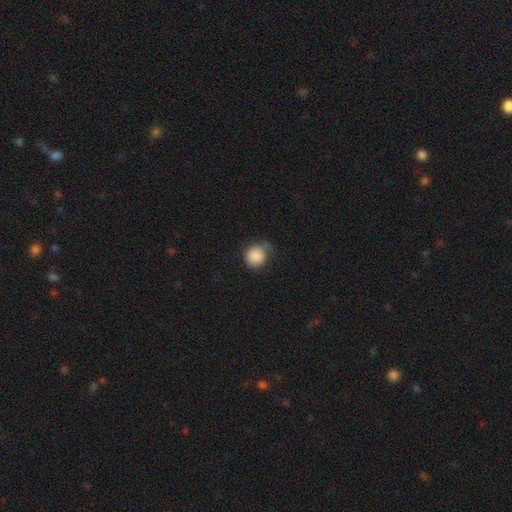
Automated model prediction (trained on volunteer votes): This appears to be a smooth galaxy with no disk features (87%) that is round (85%). Merging: none (55%).